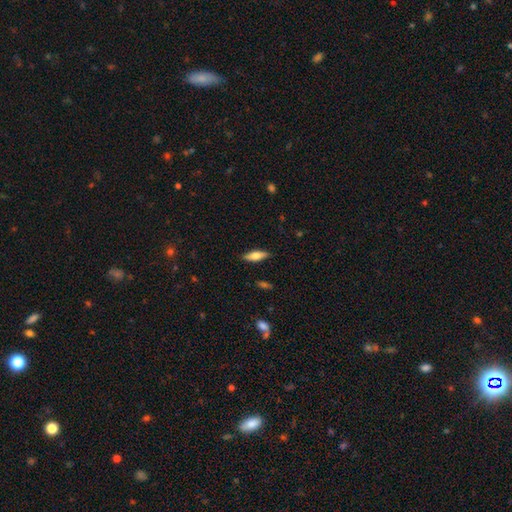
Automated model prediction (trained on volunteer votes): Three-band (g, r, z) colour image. It shows a smooth galaxy with no disk features (66%) that is in between round and cigar-shaped (56%). Merging: none (87%).